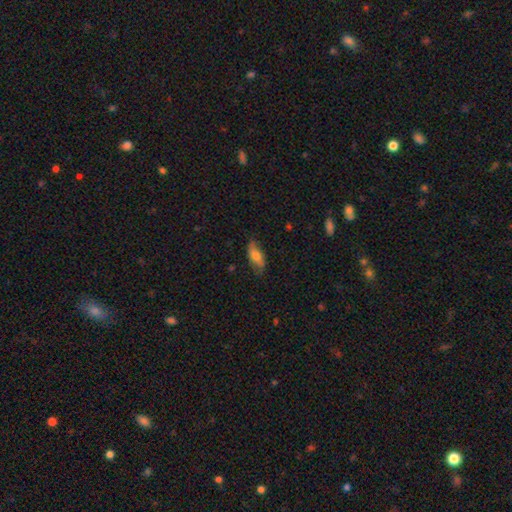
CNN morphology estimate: Smooth or featured: smooth — 61% (featured or disk — 33%)
How rounded: in between — 82% (cigar-shaped — 14%)
Merging: none — 72% (minor disturbance — 22%)